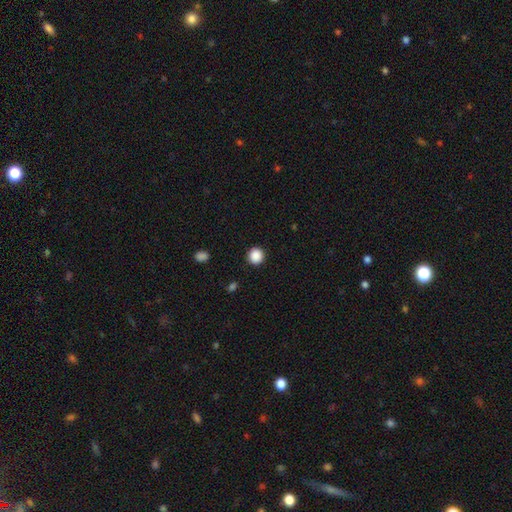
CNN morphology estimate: Smooth or featured: smooth — 88% (star or artifact — 10%)
How rounded: round — 94% (in between — 5%)
Merging: none — 92% (minor disturbance — 5%)